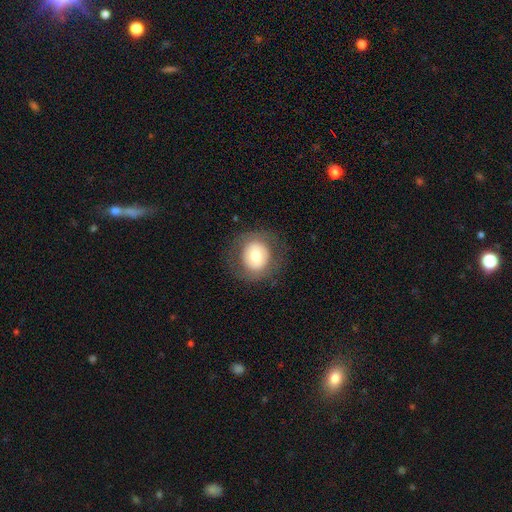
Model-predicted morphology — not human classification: type=smooth (64%); roundness=round (87%); merging=none (82%).